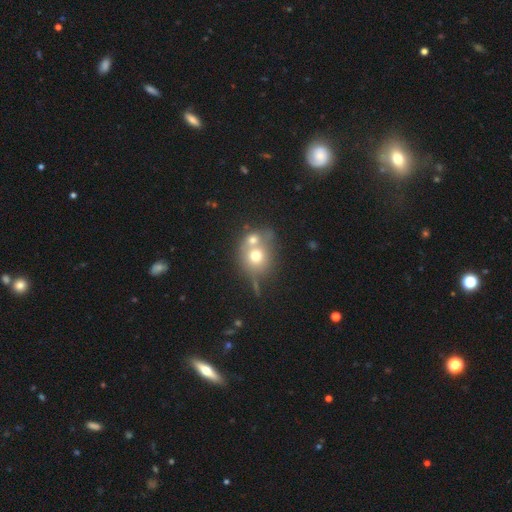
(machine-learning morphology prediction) smooth_or_featured: smooth (p=0.65) [alt: featured or disk p=0.23]
how_rounded: round (p=0.76) [alt: in between p=0.23]
merging: merger (p=0.54) [alt: none p=0.33]